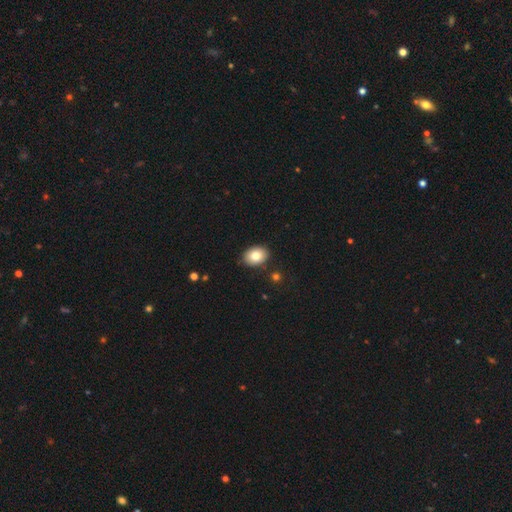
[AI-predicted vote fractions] Smooth or featured: smooth — 82% (featured or disk — 10%)
How rounded: in between — 68% (round — 31%)
Merging: none — 87% (minor disturbance — 8%)